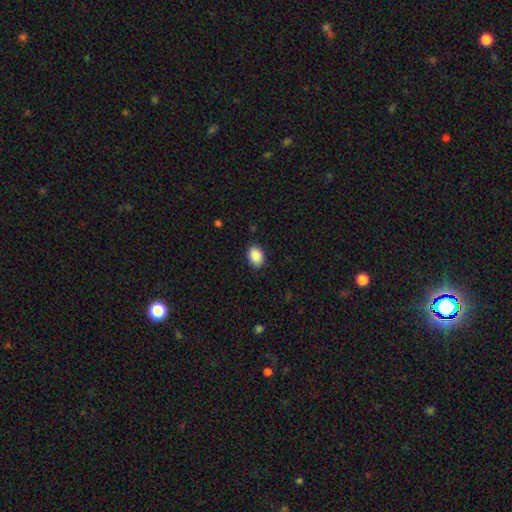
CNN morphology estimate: Smooth or featured?
  - smooth: 90% *
  - star or artifact: 7%
  - featured or disk: 3%
How rounded?
  - in between: 77% *
  - round: 23%
  - cigar-shaped: 1%
Merging?
  - none: 88% *
  - minor disturbance: 9%
  - major disturbance: 2%
  - merger: 1%